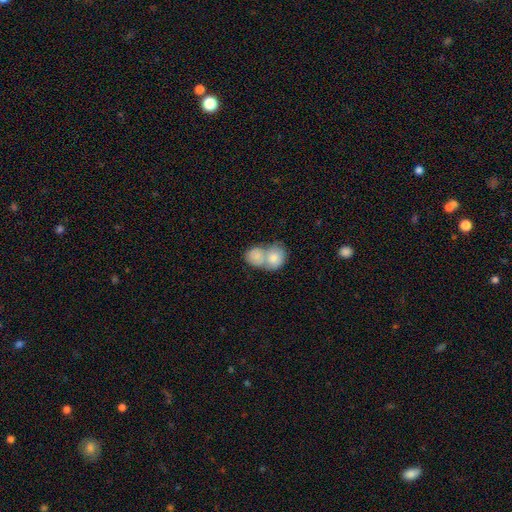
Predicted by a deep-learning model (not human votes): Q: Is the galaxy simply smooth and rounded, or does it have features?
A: smooth — 78%.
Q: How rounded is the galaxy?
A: round — 55%.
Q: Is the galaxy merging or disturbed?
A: merger — 74%.